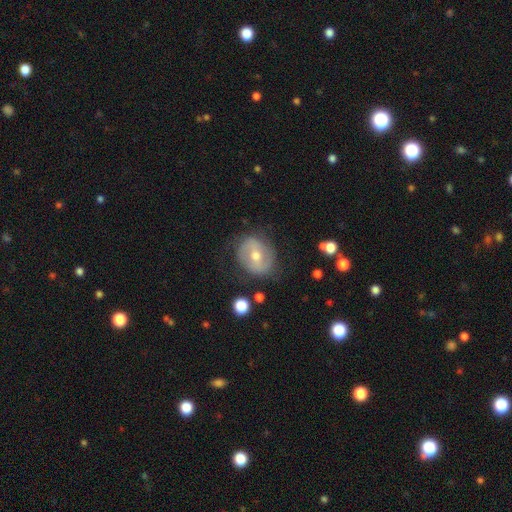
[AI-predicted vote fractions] Overall: featured or disk (56%; smooth 36%). Edge-on disk: no (96%). Bar: weak (43%; no 31%). Spiral arms: yes (57%; no 43%). Bulge size: moderate (69%). Merging: none (79%).